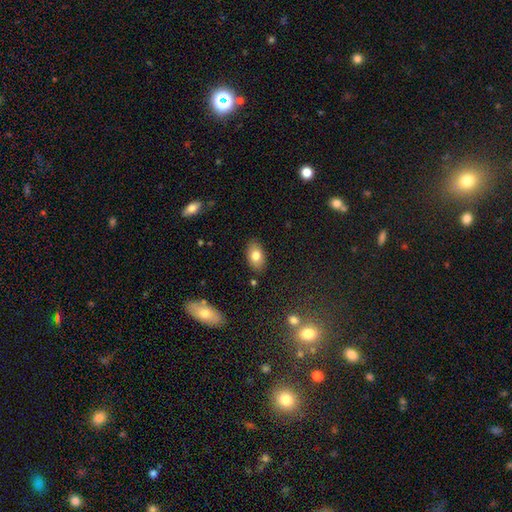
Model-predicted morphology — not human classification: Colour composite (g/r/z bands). It shows a smooth galaxy with no disk features (78%) that is in between round and cigar-shaped (90%). Merging: none (86%).